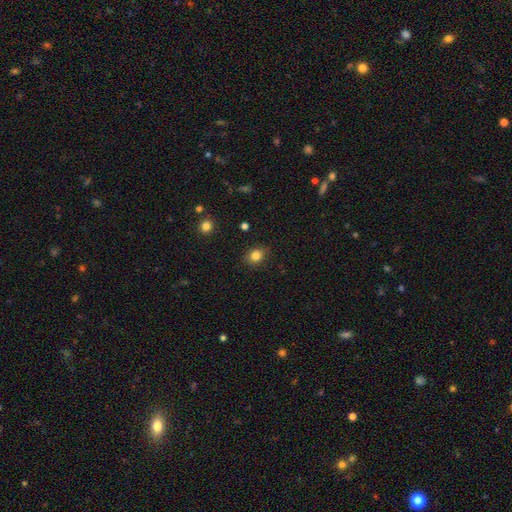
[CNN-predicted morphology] Smooth or featured? smooth (83%)
How rounded? round (58%)
Merging? none (86%)